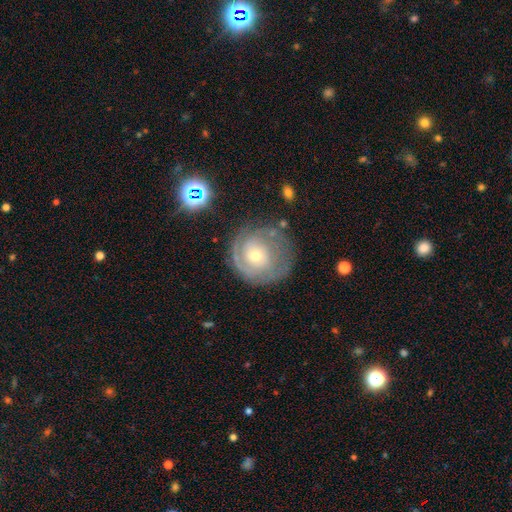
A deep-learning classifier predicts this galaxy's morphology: The model was most divided on "bulge size": moderate: 48%, small: 46%, large: 3%, none: 1%, dominant: 1%. Remaining: edge-on disk — no (97%); bar — no (80%); spiral arms — yes (77%); smooth or featured — featured or disk (69%); spiral winding — tight (67%); merging — none (65%); spiral arm count — can't tell (35%).